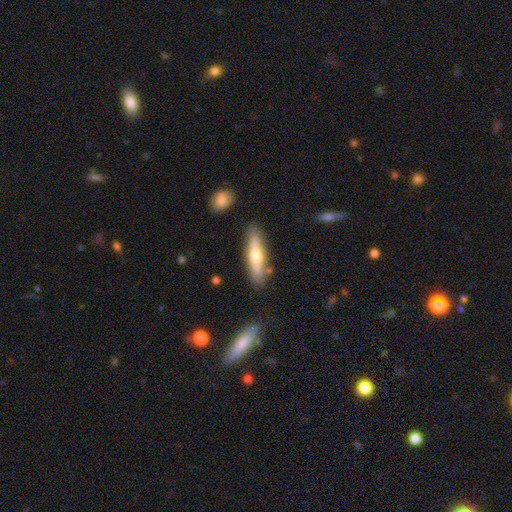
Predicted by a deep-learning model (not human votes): Morphology: type=smooth (50%); merging=none (82%).